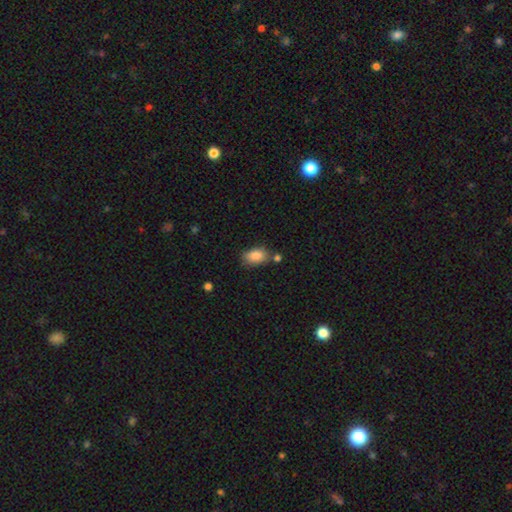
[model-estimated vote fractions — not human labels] This appears to be a smooth galaxy with no disk features (87%) that is in between round and cigar-shaped (90%). Merging: none (68%).